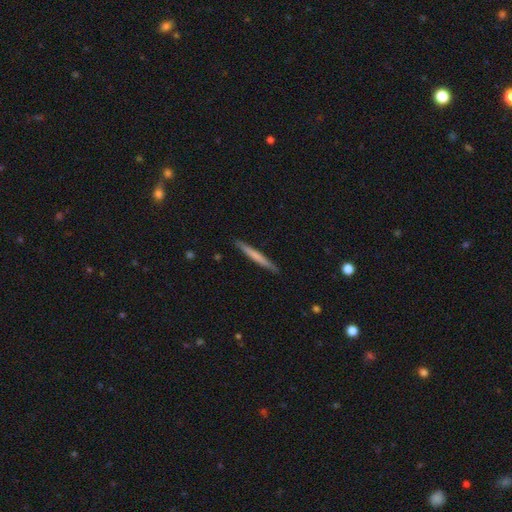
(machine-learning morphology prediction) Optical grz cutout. It shows a smooth galaxy with no disk features (57%) that is cigar-shaped (97%). Merging: none (91%).